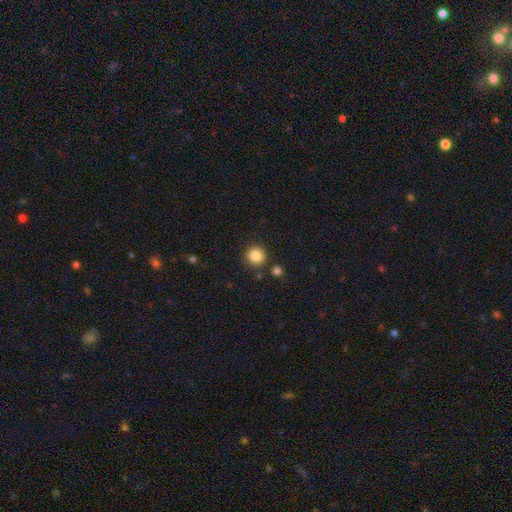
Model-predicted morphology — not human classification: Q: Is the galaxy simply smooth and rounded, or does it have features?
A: smooth — 86%.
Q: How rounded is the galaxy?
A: round — 94%.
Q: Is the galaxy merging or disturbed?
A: none — 87%.